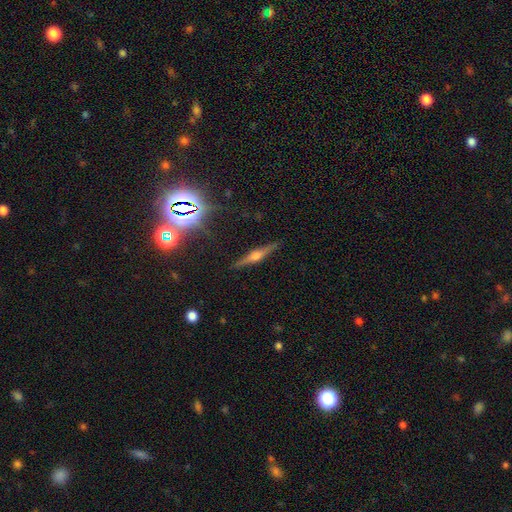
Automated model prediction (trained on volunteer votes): A featured or disk galaxy (71%) viewed edge-on (97%) with a rounded central bulge (88%).

Vote fractions:
- Smooth or featured? featured or disk: 71% / smooth: 18% / star or artifact: 11%
- Edge-on disk? yes: 97% / no: 3%
- Edge-on bulge? rounded: 88% / boxy: 9% / none: 3%
- Merging? none: 89% / minor disturbance: 7% / major disturbance: 2% / merger: 1%